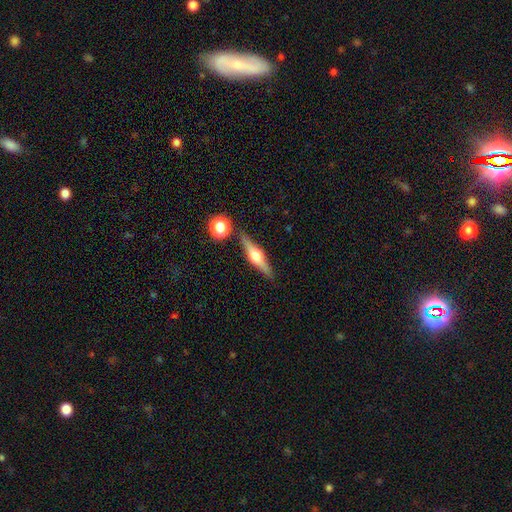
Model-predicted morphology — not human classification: Smooth or featured: featured or disk — 71% (smooth — 23%)
Edge-on disk: yes — 96% (no — 4%)
Edge-on bulge: rounded — 93% (boxy — 6%)
Merging: none — 84% (minor disturbance — 9%)